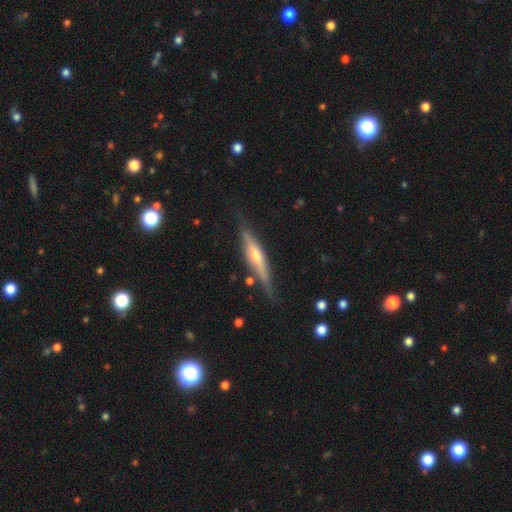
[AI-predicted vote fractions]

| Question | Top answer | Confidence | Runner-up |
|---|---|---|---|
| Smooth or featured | featured or disk | 72% | smooth (21%) |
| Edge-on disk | yes | 95% | no (5%) |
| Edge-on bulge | rounded | 78% | none (14%) |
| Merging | none | 82% | minor disturbance (13%) |